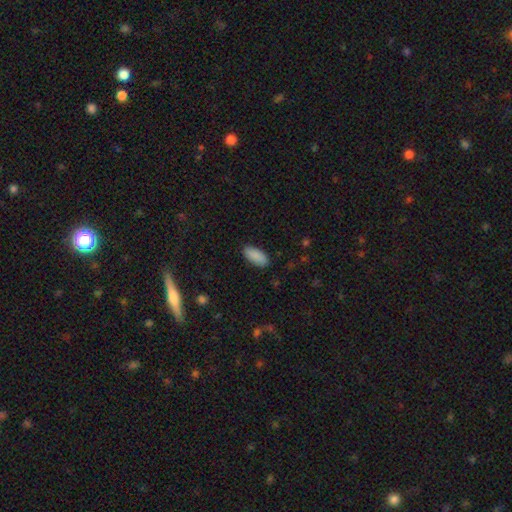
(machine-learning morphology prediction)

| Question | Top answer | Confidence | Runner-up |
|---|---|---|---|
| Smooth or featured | smooth | 90% | star or artifact (6%) |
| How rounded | in between | 89% | cigar-shaped (9%) |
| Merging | none | 88% | minor disturbance (9%) |